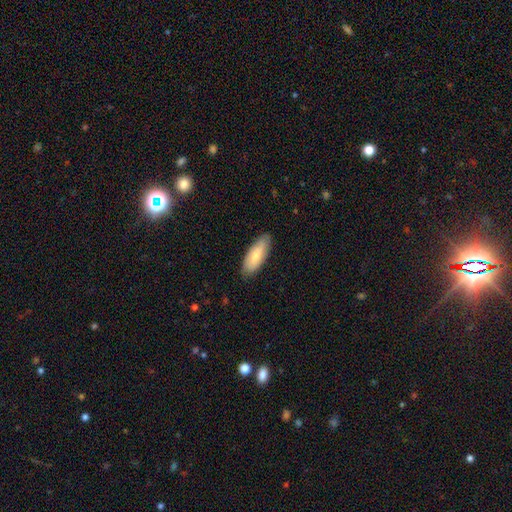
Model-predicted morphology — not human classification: smooth_or_featured: smooth (p=0.77) [alt: featured or disk p=0.18]
how_rounded: in between (p=0.74) [alt: cigar-shaped p=0.24]
merging: none (p=0.85) [alt: minor disturbance p=0.12]